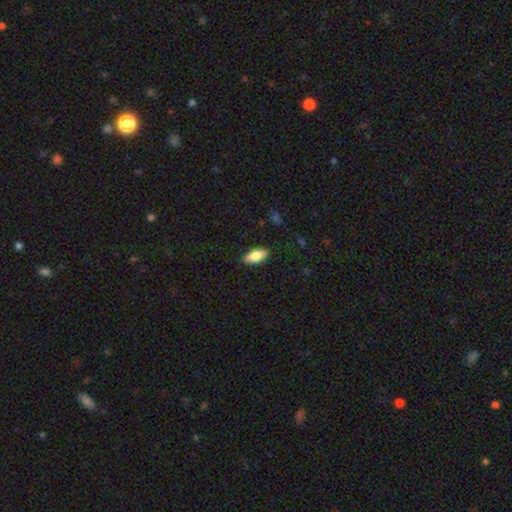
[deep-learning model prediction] smooth-or-featured: smooth: 74% | featured or disk: 19% | star or artifact: 7%
  how-rounded: in between: 82% | cigar-shaped: 15% | round: 3%
  merging: none: 88% | minor disturbance: 9% | major disturbance: 2% | merger: 1%